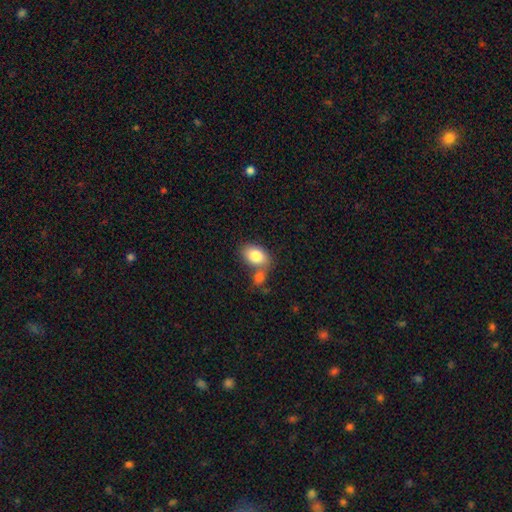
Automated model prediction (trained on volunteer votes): Smooth or featured?
  - smooth: 82% *
  - featured or disk: 11%
  - star or artifact: 7%
How rounded?
  - in between: 87% *
  - round: 11%
  - cigar-shaped: 1%
Merging?
  - none: 52% *
  - merger: 32%
  - minor disturbance: 12%
  - major disturbance: 4%